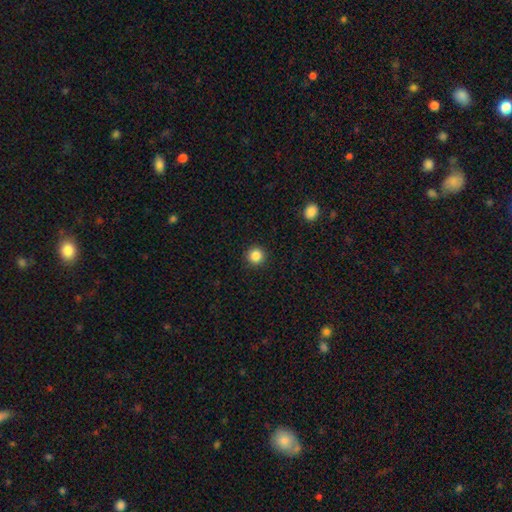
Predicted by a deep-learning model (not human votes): This is clearly a smooth galaxy (86%). How rounded: clearly round (95%). Merging: clearly none (92%).